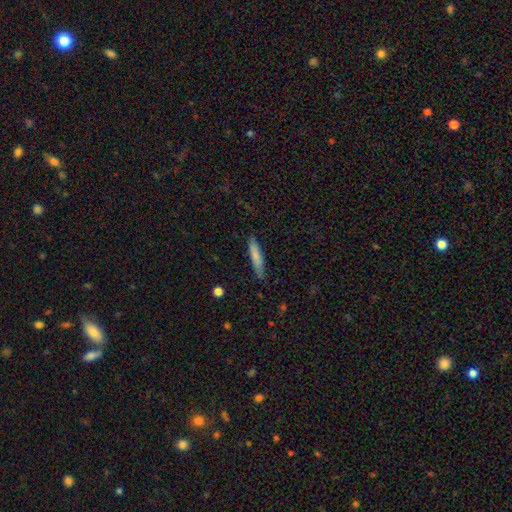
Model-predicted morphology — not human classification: Smooth or featured? smooth (72%)
How rounded? cigar-shaped (86%)
Merging? none (82%)